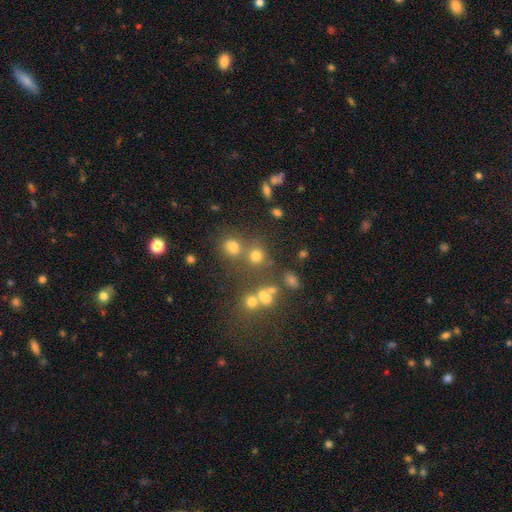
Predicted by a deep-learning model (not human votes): Smooth or featured? Predicted: smooth (p=0.68). How rounded? Predicted: round (p=0.84). Merging? Predicted: none (p=0.62).